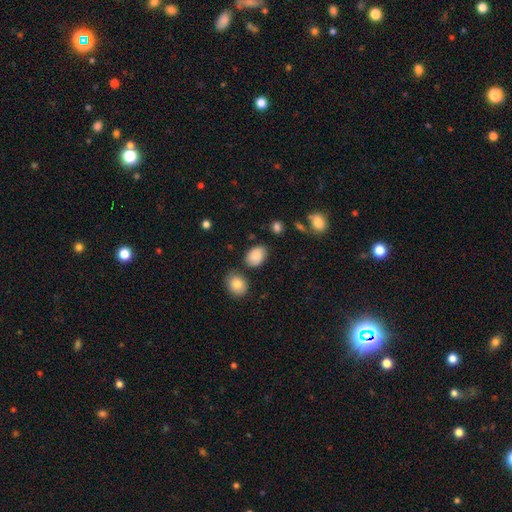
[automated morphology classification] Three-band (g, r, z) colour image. It shows a smooth galaxy with no disk features (87%) that is in between round and cigar-shaped (78%). Merging: none (76%).